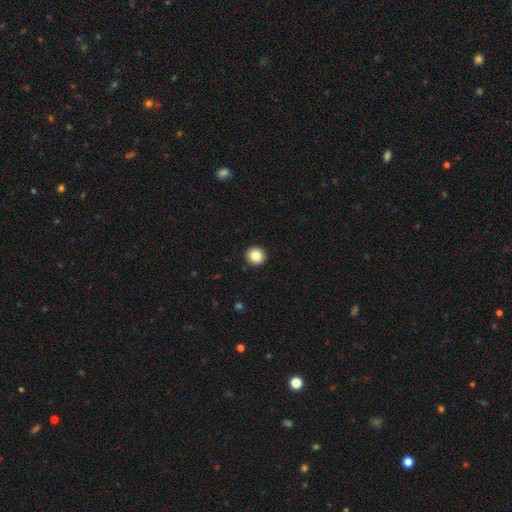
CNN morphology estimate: This appears to be a smooth galaxy with no disk features (86%) that is round (94%). Merging: none (93%).